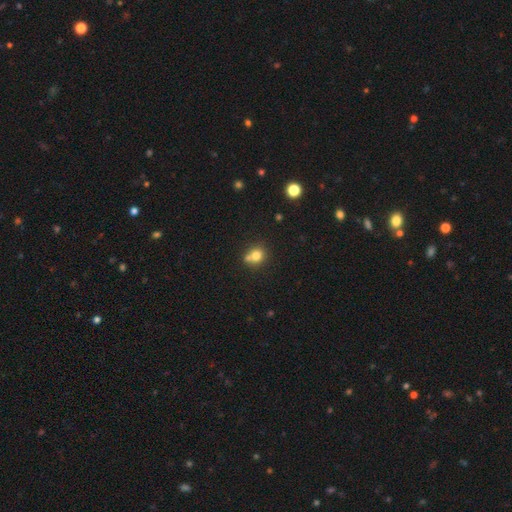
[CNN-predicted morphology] A smooth galaxy with no disk features (77%) that is round (78%).

Vote fractions:
- Smooth or featured? smooth: 77% / star or artifact: 13% / featured or disk: 11%
- How rounded? round: 78% / in between: 21% / cigar-shaped: 1%
- Merging? none: 51% / merger: 34% / minor disturbance: 11% / major disturbance: 4%